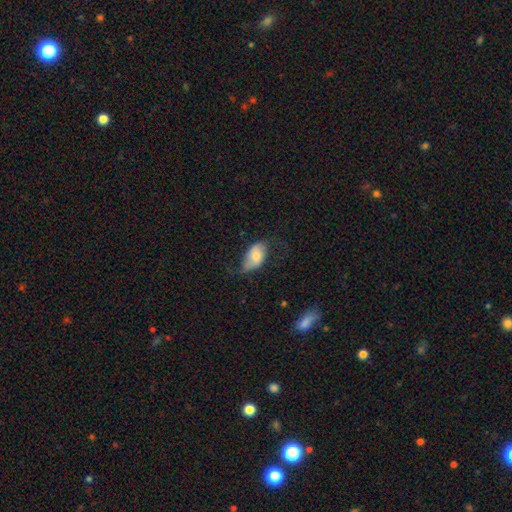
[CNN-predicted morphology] Smooth or featured?
  - smooth: 59% *
  - featured or disk: 34%
  - star or artifact: 7%
How rounded?
  - in between: 92% *
  - round: 6%
  - cigar-shaped: 2%
Merging?
  - none: 52% *
  - minor disturbance: 30%
  - major disturbance: 16%
  - merger: 2%